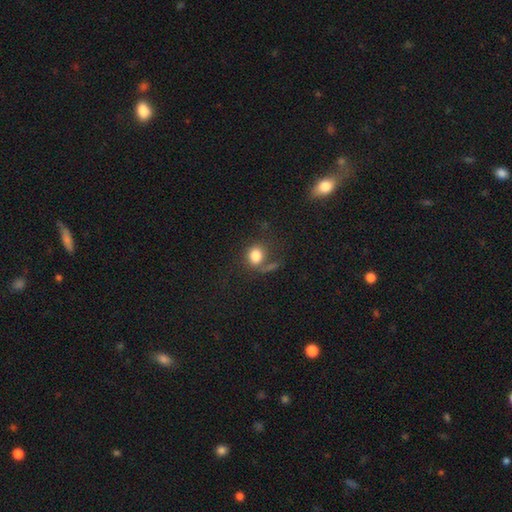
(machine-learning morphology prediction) Q: Smooth or featured?
A: smooth (80%); runner-up: star or artifact (10%)
Q: How rounded?
A: round (54%); runner-up: in between (44%)
Q: Merging?
A: none (49%); runner-up: minor disturbance (18%)